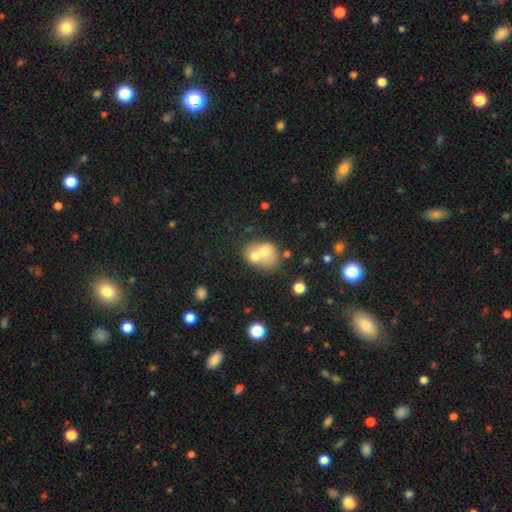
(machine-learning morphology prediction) Smooth or featured? Predicted: smooth (p=0.60). How rounded? Predicted: round (p=0.54). Merging? Predicted: merger (p=0.65).